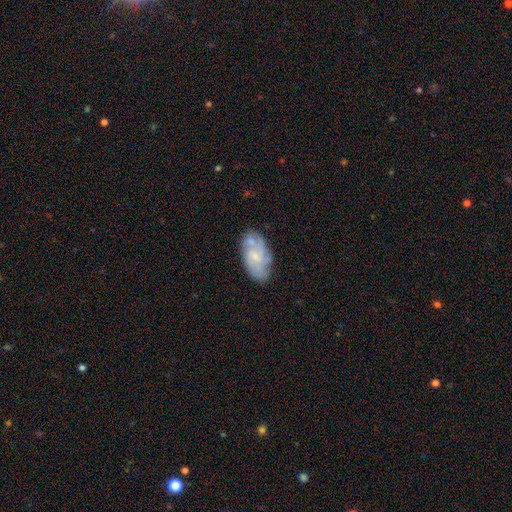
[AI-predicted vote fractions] A featured or disk galaxy (58%) with no bar (66%), spiral arms (79%) and a small central bulge (55%). Merging: none (67%).